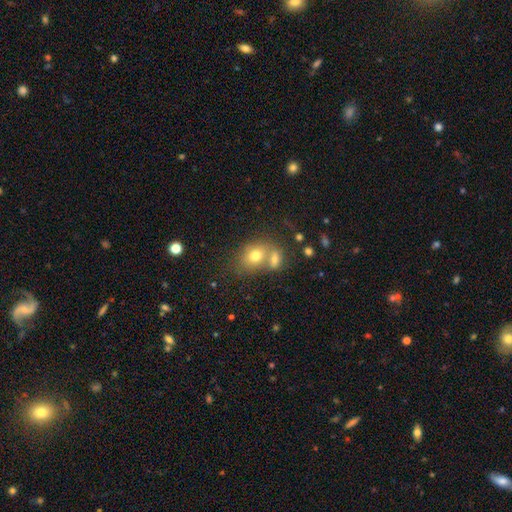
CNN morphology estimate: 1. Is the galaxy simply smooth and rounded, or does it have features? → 73% smooth, 15% featured or disk, 12% star or artifact.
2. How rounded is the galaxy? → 58% in between, 41% round, 1% cigar-shaped.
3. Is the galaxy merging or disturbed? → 51% merger, 36% none, 9% minor disturbance, 4% major disturbance.